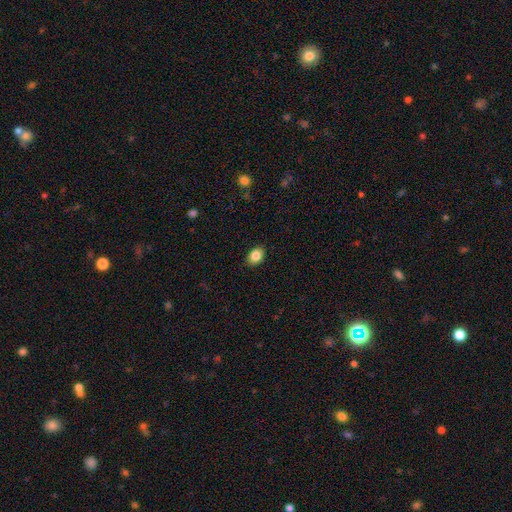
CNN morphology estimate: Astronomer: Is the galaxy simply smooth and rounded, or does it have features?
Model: smooth — 86%.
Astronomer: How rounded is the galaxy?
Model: in between — 73%.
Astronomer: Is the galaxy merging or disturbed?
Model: none — 88%.